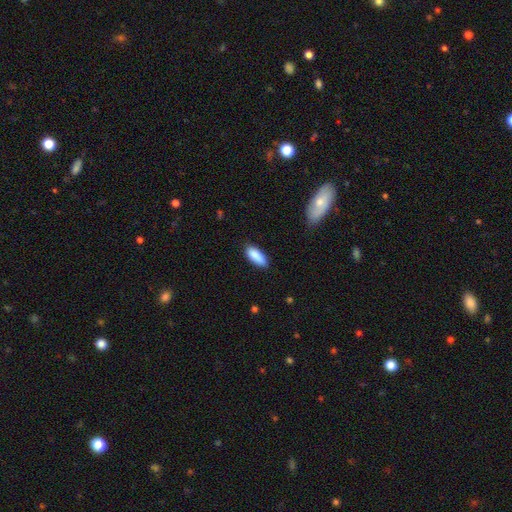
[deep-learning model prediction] smooth_or_featured: smooth (p=0.89) [alt: star or artifact p=0.06]
how_rounded: in between (p=0.74) [alt: cigar-shaped p=0.24]
merging: none (p=0.82) [alt: minor disturbance p=0.14]